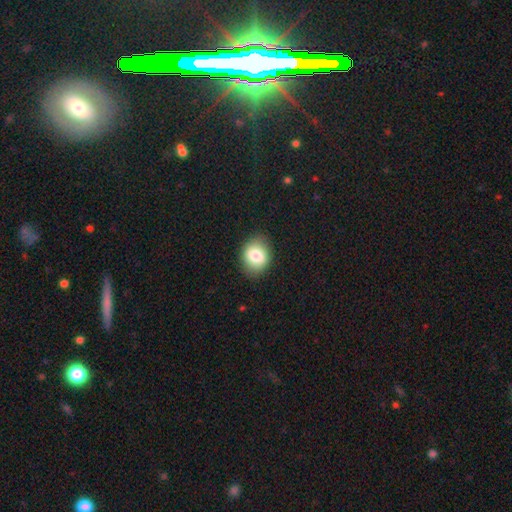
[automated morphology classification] A smooth galaxy with no disk features (80%) that is in between round and cigar-shaped (50%). Merging: none (85%).